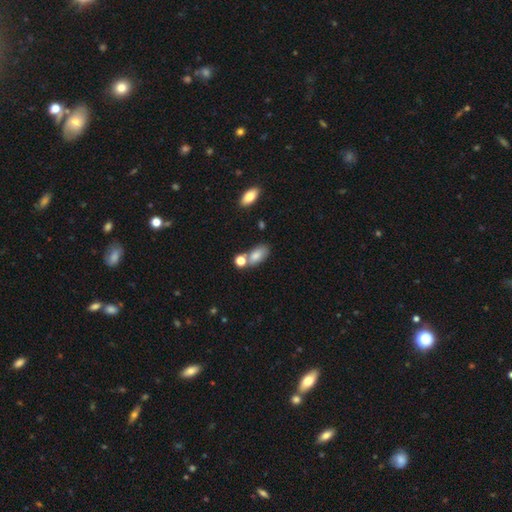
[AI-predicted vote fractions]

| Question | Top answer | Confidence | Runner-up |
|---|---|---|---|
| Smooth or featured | smooth | 79% | featured or disk (11%) |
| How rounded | in between | 86% | round (8%) |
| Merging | none | 55% | merger (24%) |